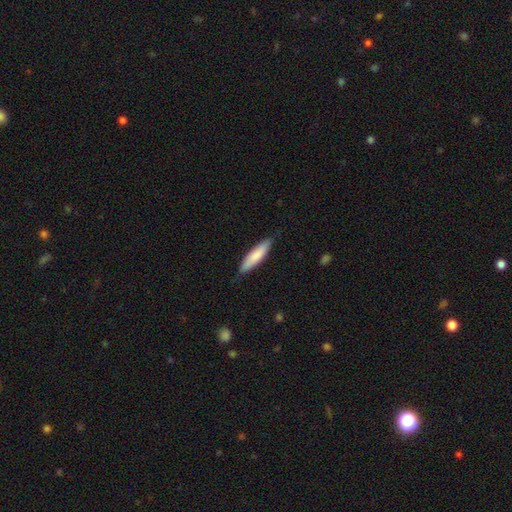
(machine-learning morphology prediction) A smooth galaxy with no disk features (80%) that is cigar-shaped (72%). Merging: none (82%).